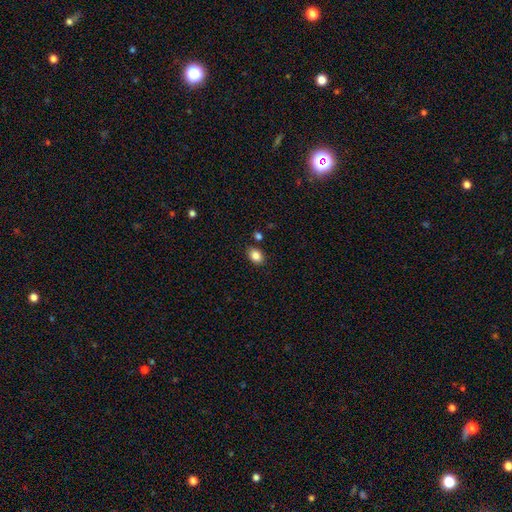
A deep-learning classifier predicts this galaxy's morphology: A smooth galaxy with no disk features (86%) that is in between round and cigar-shaped (71%).

Vote fractions:
- Smooth or featured? smooth: 86% / star or artifact: 9% / featured or disk: 5%
- How rounded? in between: 71% / round: 28% / cigar-shaped: 1%
- Merging? none: 84% / minor disturbance: 10% / merger: 4% / major disturbance: 2%